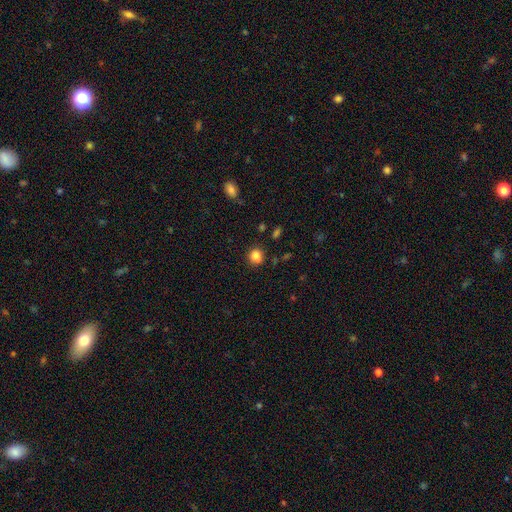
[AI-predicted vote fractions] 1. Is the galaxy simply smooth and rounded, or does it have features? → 84% smooth, 11% star or artifact, 5% featured or disk.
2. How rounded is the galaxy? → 75% round, 24% in between, 1% cigar-shaped.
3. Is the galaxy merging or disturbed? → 83% none, 12% minor disturbance, 3% major disturbance, 2% merger.